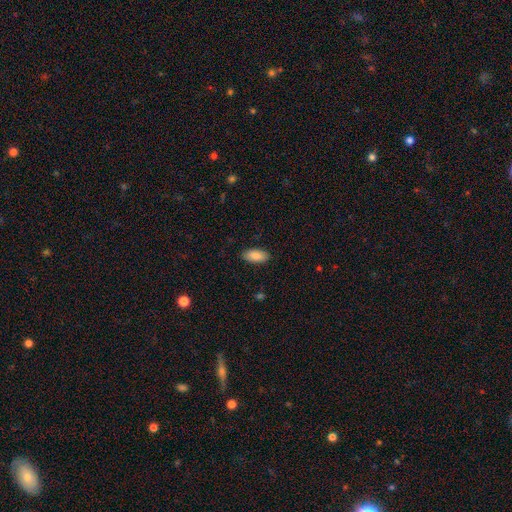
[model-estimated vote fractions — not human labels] This is clearly a smooth galaxy (86%). How rounded: clearly in between (91%). Merging: clearly none (88%).